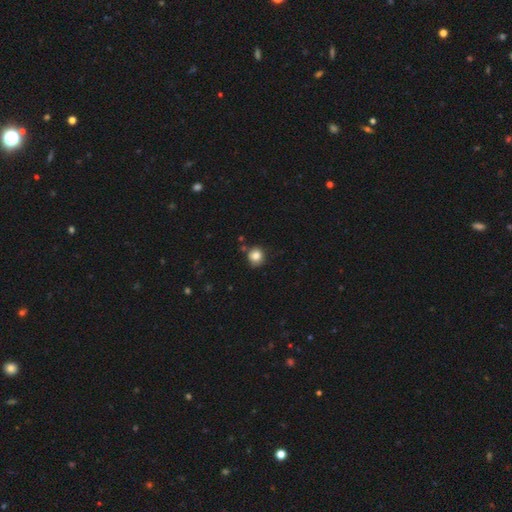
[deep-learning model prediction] This appears to be a smooth galaxy with no disk features (83%) that is round (88%). Merging: none (75%).